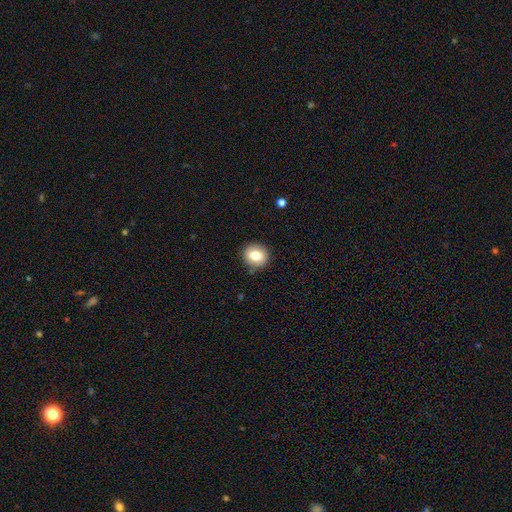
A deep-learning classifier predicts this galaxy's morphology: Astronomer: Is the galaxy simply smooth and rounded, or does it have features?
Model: smooth — 79%.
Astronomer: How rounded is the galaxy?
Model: round — 75%.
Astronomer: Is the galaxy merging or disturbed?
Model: none — 86%.